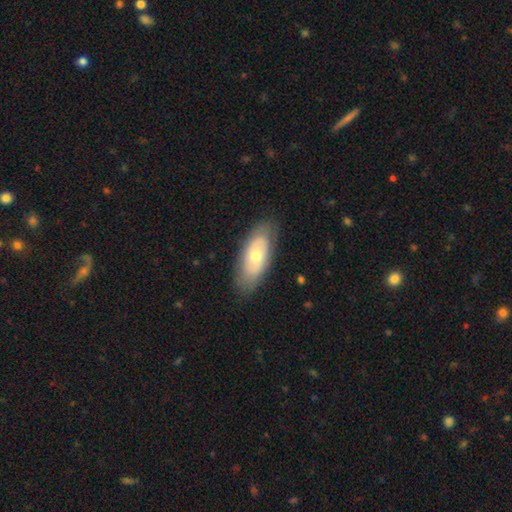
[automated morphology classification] The model was most divided on "smooth or featured": smooth: 52%, featured or disk: 42%, star or artifact: 6%. More confident: how rounded — in between (86%); merging — none (82%).